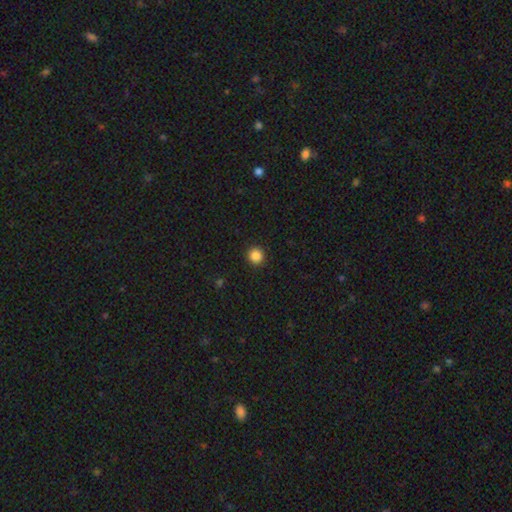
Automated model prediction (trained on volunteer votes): This is clearly a smooth galaxy (86%). How rounded: clearly round (94%). Merging: clearly none (92%).